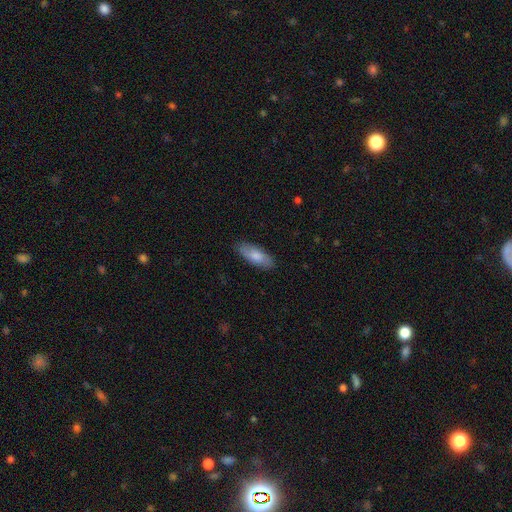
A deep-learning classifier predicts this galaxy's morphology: A smooth galaxy with no disk features (77%) that is in between round and cigar-shaped (73%). Merging: none (85%).